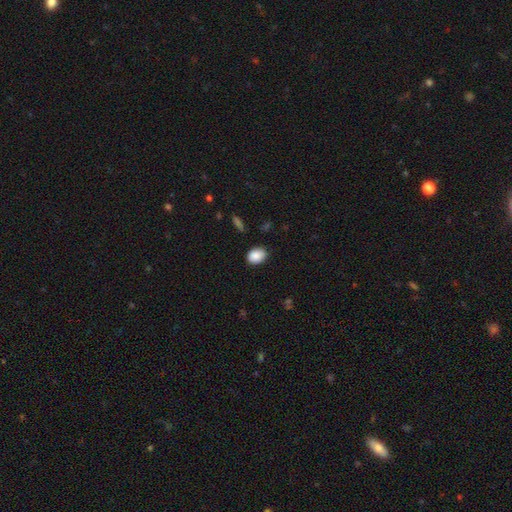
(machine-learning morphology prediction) This is clearly a smooth galaxy (88%). How rounded: likely in between (65%). Merging: clearly none (84%).